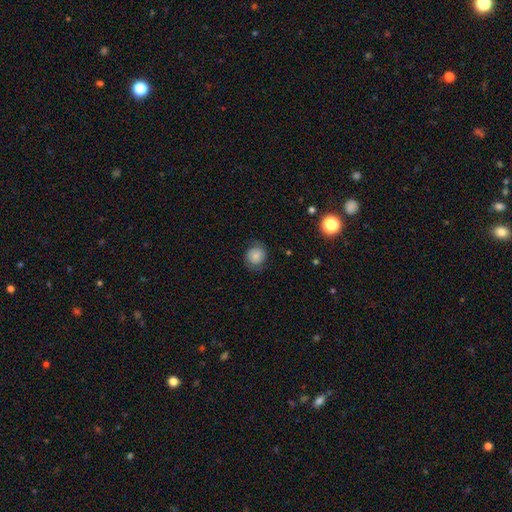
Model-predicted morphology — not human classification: Q: Smooth or featured?
A: smooth (68%); runner-up: featured or disk (22%)
Q: How rounded?
A: round (78%); runner-up: in between (22%)
Q: Merging?
A: none (73%); runner-up: minor disturbance (19%)